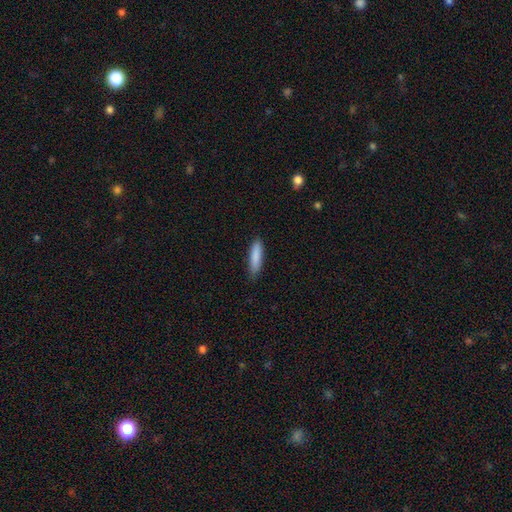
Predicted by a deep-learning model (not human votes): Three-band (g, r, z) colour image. It shows a smooth galaxy with no disk features (86%) that is cigar-shaped (74%). Merging: none (84%).